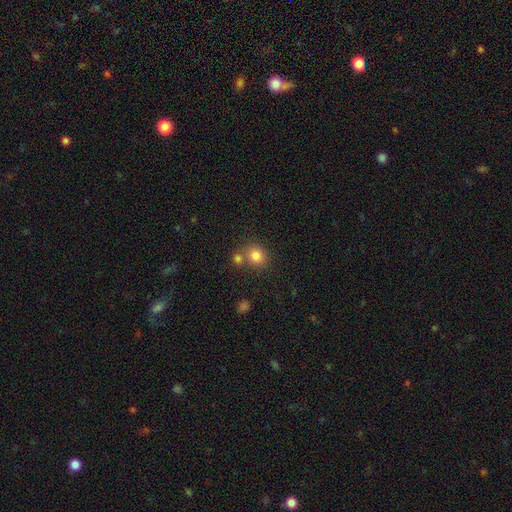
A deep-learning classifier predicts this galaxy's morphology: Overall: smooth (81%). How rounded: round (82%). Merging: none (63%; merger 25%).